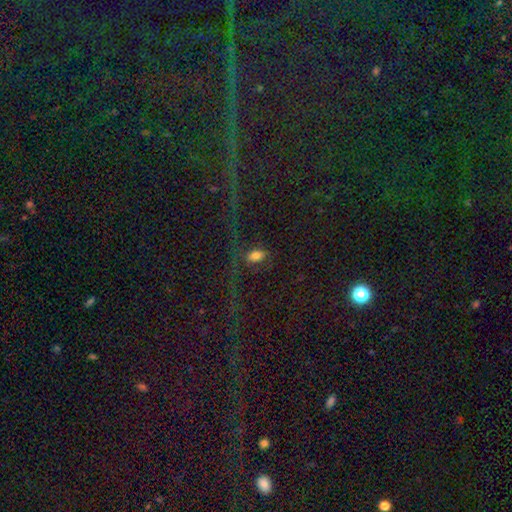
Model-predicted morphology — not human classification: Smooth or featured: smooth — 62% (star or artifact — 22%)
How rounded: in between — 84% (round — 12%)
Merging: none — 54% (major disturbance — 23%)